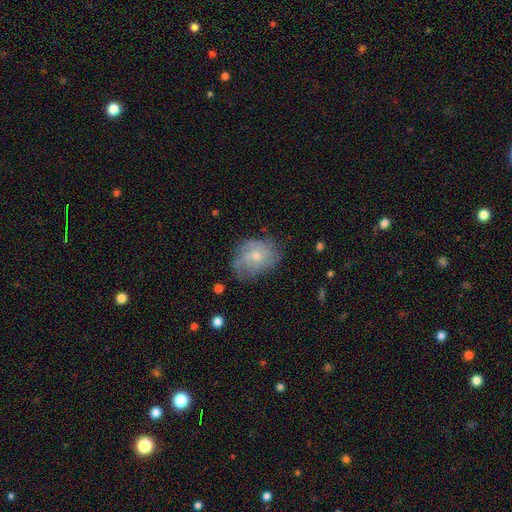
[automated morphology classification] A featured or disk galaxy (56%) with no bar (80%), spiral arms (71%) and a small central bulge (54%).

Vote fractions:
- Smooth or featured? featured or disk: 56% / smooth: 36% / star or artifact: 8%
- Edge-on disk? no: 97% / yes: 3%
- Bar? no: 80% / weak: 18% / strong: 2%
- Spiral arms? yes: 71% / no: 29%
- Bulge size? small: 54% / moderate: 41% / none: 2% / large: 2% / dominant: 1%
- Merging? none: 59% / minor disturbance: 27% / major disturbance: 12% / merger: 2%